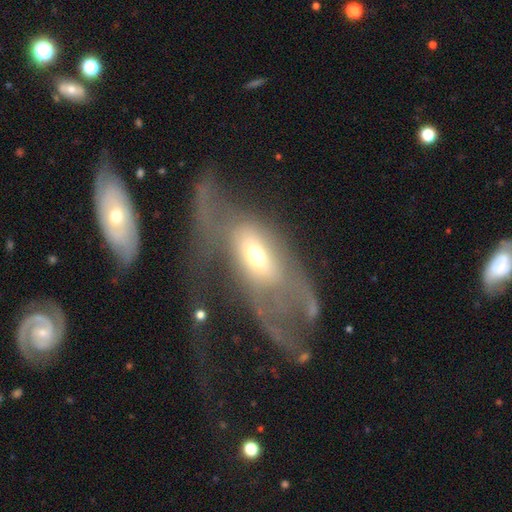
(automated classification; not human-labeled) smooth-or-featured: featured or disk: 56% | smooth: 36% | star or artifact: 8%
  disk-edge-on: no: 83% | yes: 17%
  merging: major disturbance: 68% | none: 15% | minor disturbance: 11% | merger: 6%